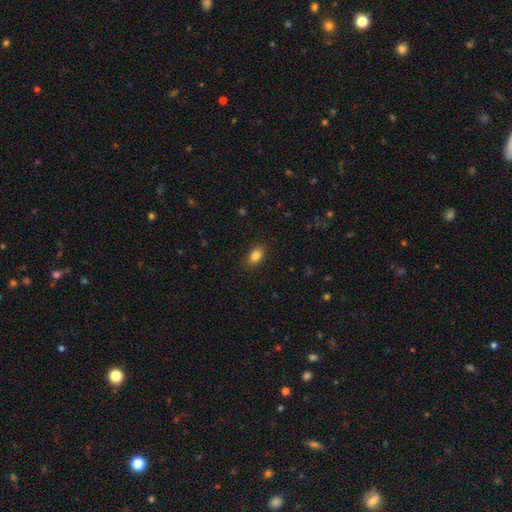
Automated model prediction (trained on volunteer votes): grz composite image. It shows a smooth galaxy with no disk features (85%) that is in between round and cigar-shaped (84%). Merging: none (88%).